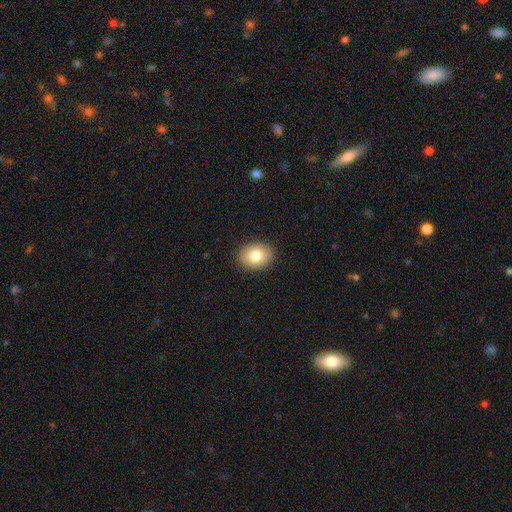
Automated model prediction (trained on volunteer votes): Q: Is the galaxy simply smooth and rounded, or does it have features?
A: smooth — 80%.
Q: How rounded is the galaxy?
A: in between — 61%.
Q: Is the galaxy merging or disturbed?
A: none — 90%.